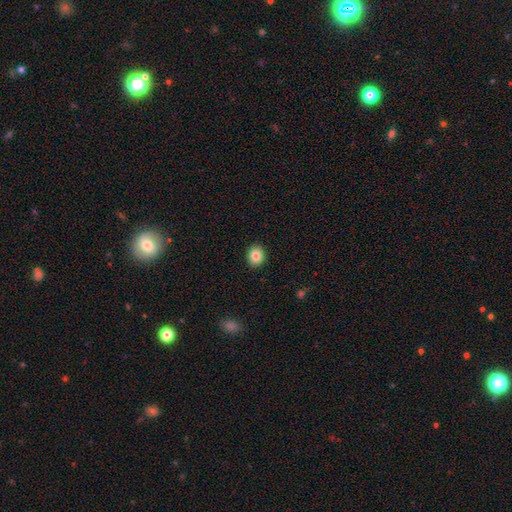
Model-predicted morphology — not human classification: Smooth or featured? smooth (85%)
How rounded? round (63%)
Merging? none (92%)